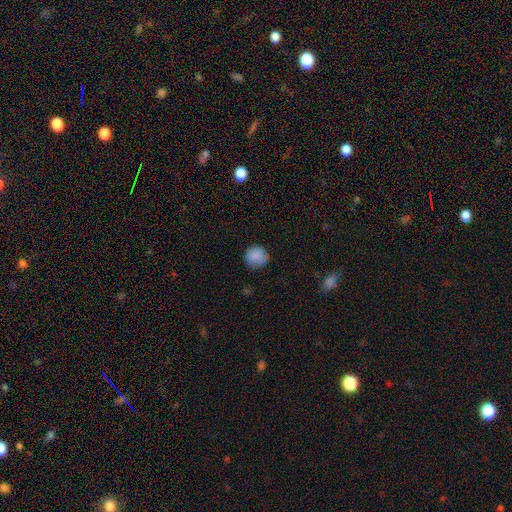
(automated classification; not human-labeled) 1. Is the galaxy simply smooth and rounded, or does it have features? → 86% smooth, 9% star or artifact, 5% featured or disk.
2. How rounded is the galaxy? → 90% round, 9% in between, 1% cigar-shaped.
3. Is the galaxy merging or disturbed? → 80% none, 15% minor disturbance, 3% major disturbance, 1% merger.